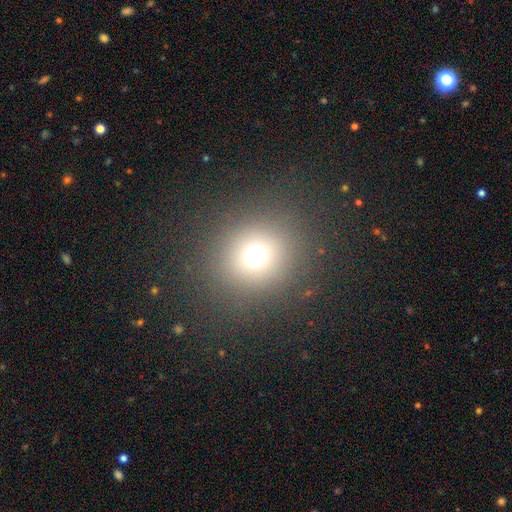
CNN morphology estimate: A smooth galaxy with no disk features (68%) that is round (90%).

Vote fractions:
- Smooth or featured? smooth: 68% / star or artifact: 22% / featured or disk: 10%
- How rounded? round: 90% / in between: 9% / cigar-shaped: 1%
- Merging? none: 87% / minor disturbance: 6% / major disturbance: 5% / merger: 1%